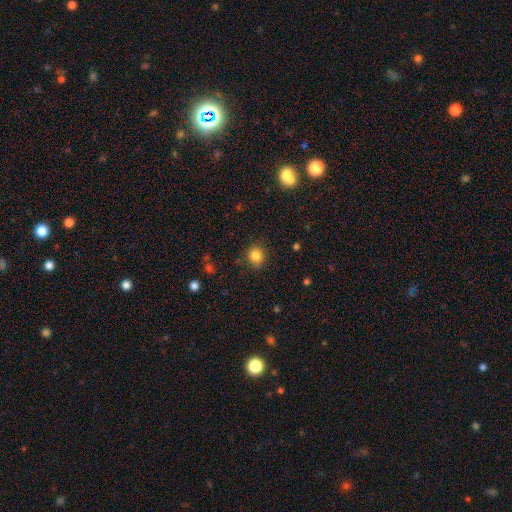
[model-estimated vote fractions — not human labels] This is clearly a smooth galaxy (84%). How rounded: clearly round (82%). Merging: clearly none (82%).